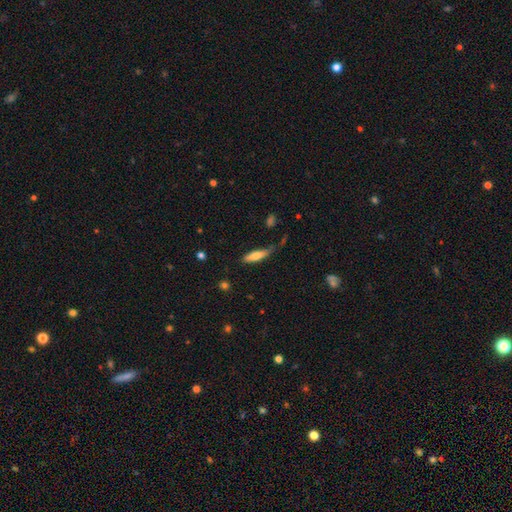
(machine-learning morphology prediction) A smooth galaxy with no disk features (72%) that is cigar-shaped (65%). Merging: none (58%).